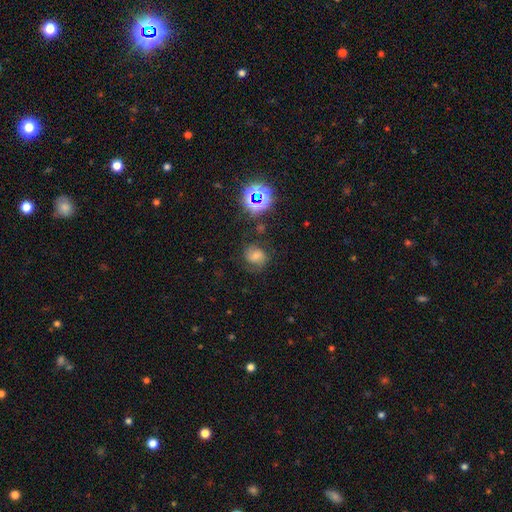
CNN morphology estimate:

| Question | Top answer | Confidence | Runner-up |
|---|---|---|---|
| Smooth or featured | featured or disk | 42% | smooth (34%) |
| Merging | none | 67% | minor disturbance (19%) |